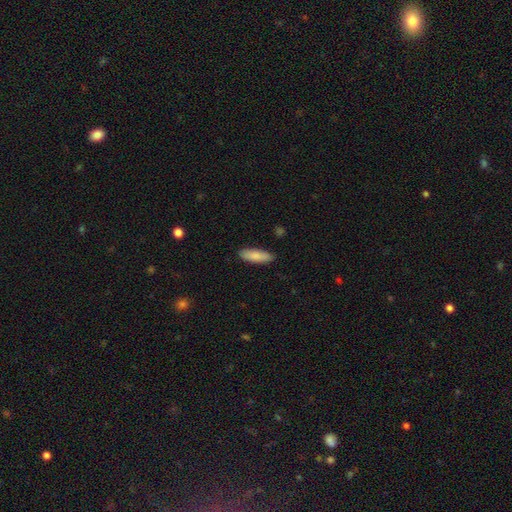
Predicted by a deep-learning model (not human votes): Overall: smooth (86%). How rounded: in between (55%; cigar-shaped 43%). Merging: none (87%).